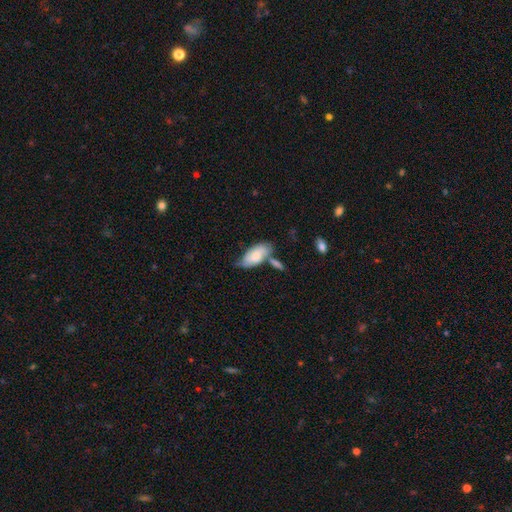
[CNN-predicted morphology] Q: Smooth or featured?
A: smooth (65%); runner-up: featured or disk (28%)
Q: How rounded?
A: in between (90%); runner-up: cigar-shaped (7%)
Q: Merging?
A: none (39%); runner-up: minor disturbance (27%)